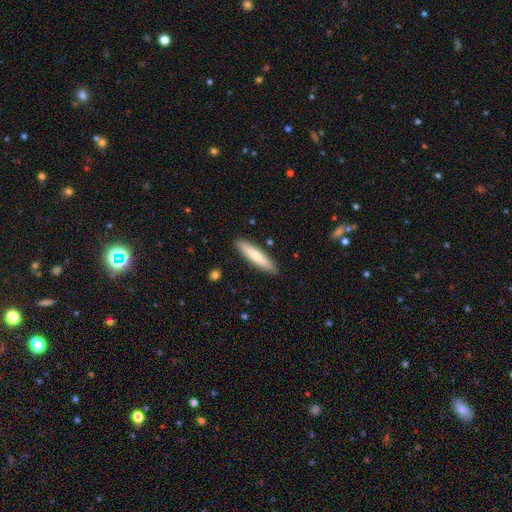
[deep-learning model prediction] A smooth galaxy with no disk features (73%) that is cigar-shaped (85%).

Vote fractions:
- Smooth or featured? smooth: 73% / featured or disk: 22% / star or artifact: 5%
- How rounded? cigar-shaped: 85% / in between: 14% / round: 1%
- Merging? none: 89% / minor disturbance: 8% / major disturbance: 2% / merger: 1%